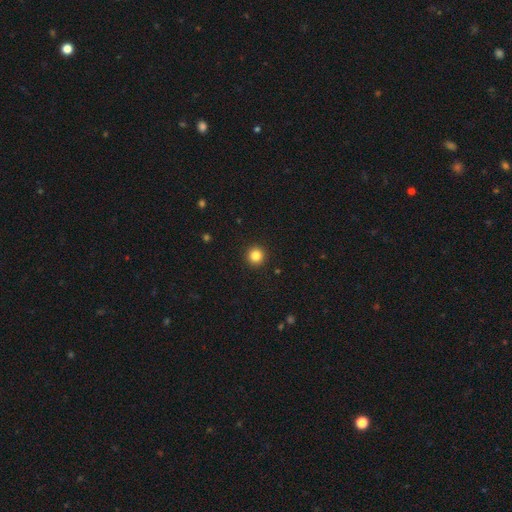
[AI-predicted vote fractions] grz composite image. It shows a smooth galaxy with no disk features (84%) that is round (95%). Merging: none (93%).